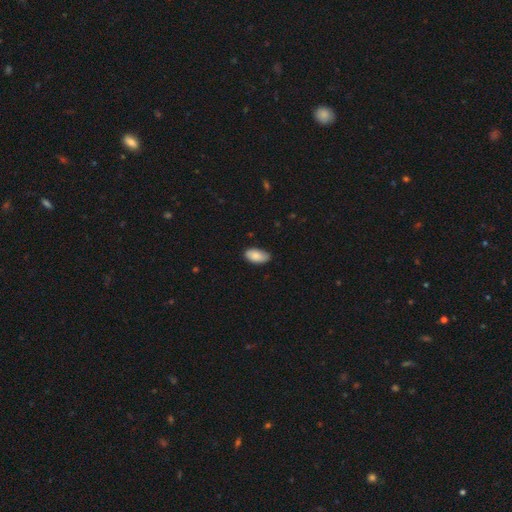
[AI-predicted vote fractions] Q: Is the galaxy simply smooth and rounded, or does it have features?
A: smooth — 85%.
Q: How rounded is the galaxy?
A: in between — 94%.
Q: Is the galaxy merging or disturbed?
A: none — 78%.